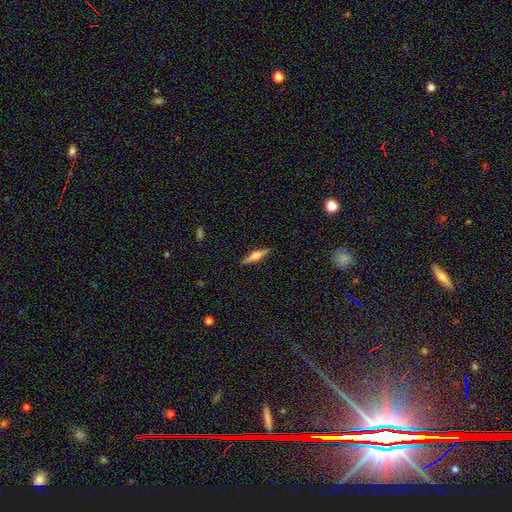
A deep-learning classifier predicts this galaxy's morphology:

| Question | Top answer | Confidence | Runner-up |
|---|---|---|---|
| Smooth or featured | smooth | 48% | featured or disk (46%) |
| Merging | none | 90% | minor disturbance (7%) |